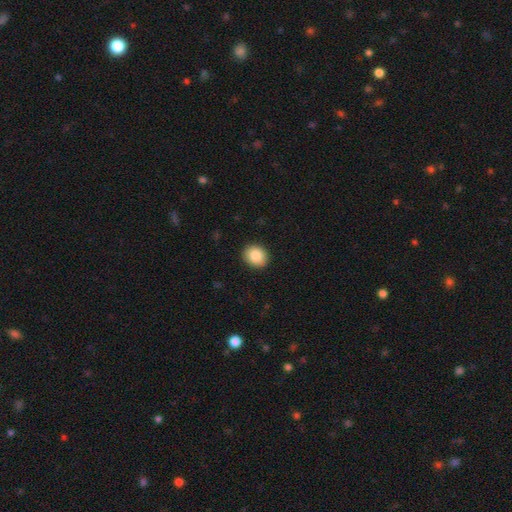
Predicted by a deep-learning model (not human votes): smooth-or-featured: smooth: 87% | star or artifact: 8% | featured or disk: 5%
  how-rounded: round: 61% | in between: 38% | cigar-shaped: 1%
  merging: none: 90% | minor disturbance: 7% | major disturbance: 2% | merger: 1%